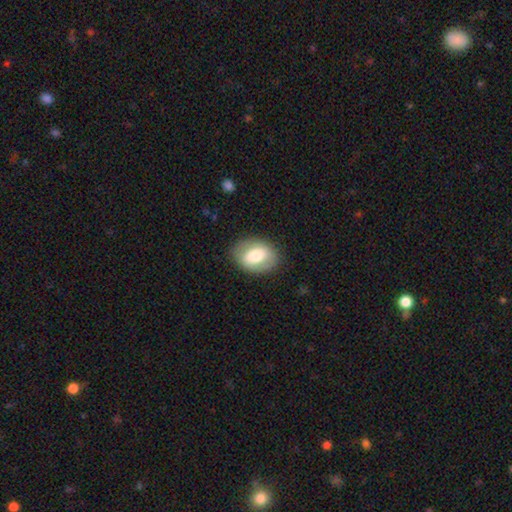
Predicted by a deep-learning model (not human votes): Q: Smooth or featured?
A: smooth (62%); runner-up: featured or disk (31%)
Q: How rounded?
A: in between (76%); runner-up: round (23%)
Q: Merging?
A: none (82%); runner-up: minor disturbance (13%)